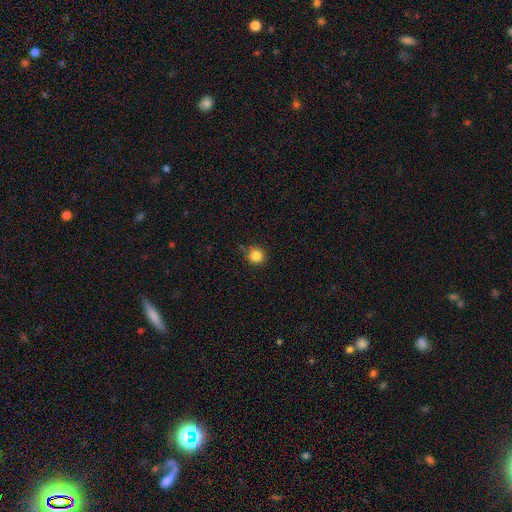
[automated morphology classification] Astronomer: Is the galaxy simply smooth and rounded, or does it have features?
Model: smooth — 84%.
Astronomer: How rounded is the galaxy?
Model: round — 93%.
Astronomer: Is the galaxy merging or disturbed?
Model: none — 78%.